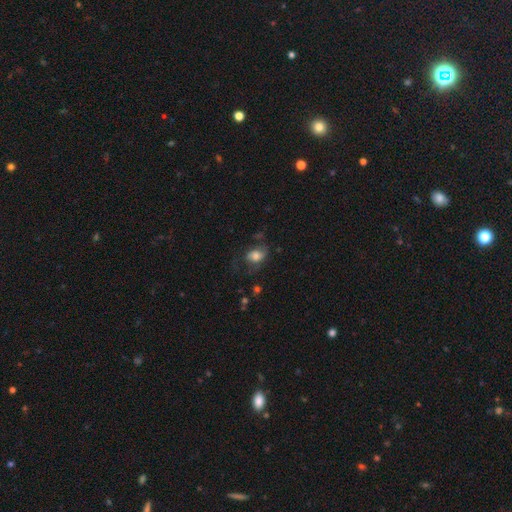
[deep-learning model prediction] smooth-or-featured: smooth: 68% | featured or disk: 23% | star or artifact: 10%
  how-rounded: in between: 69% | round: 30% | cigar-shaped: 1%
  merging: none: 45% | minor disturbance: 26% | major disturbance: 26% | merger: 3%